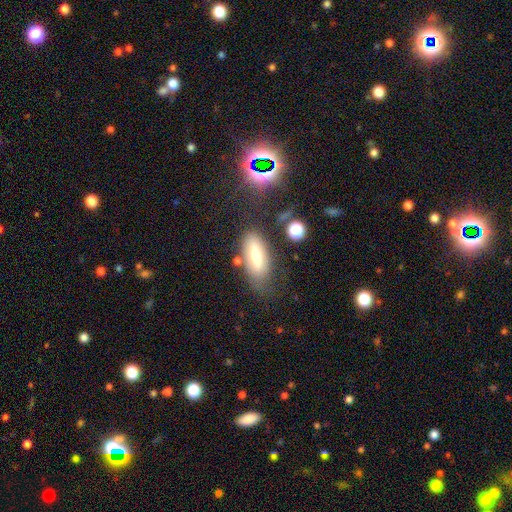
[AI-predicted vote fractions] Q: Smooth or featured?
A: smooth (58%); runner-up: featured or disk (29%)
Q: How rounded?
A: in between (75%); runner-up: cigar-shaped (22%)
Q: Merging?
A: none (65%); runner-up: minor disturbance (21%)